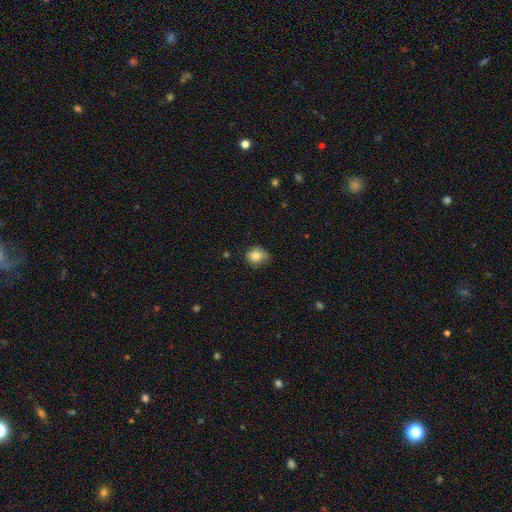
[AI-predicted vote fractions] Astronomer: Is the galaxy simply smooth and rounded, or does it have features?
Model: smooth — 82%.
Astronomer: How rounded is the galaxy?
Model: round — 68%.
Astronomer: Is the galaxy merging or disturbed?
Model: none — 54% (runner-up: minor disturbance, 36%).